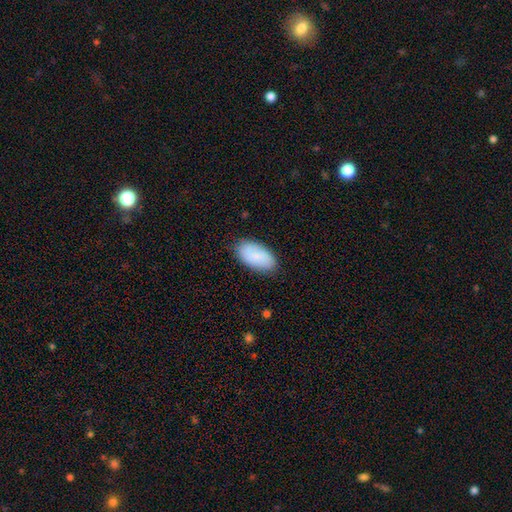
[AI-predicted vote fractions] Smooth or featured? smooth (86%)
How rounded? in between (95%)
Merging? none (84%)